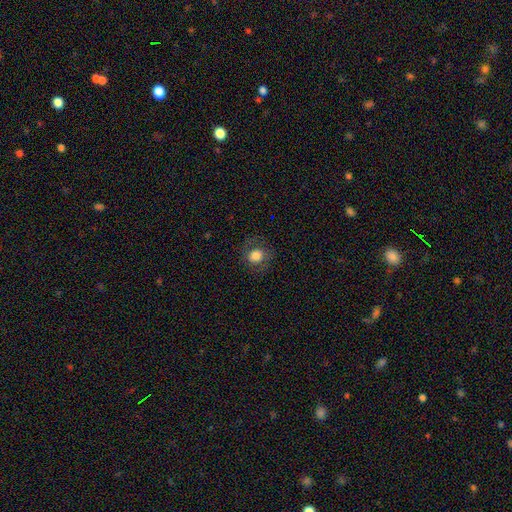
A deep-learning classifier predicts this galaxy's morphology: Q: Smooth or featured?
A: smooth (75%); runner-up: featured or disk (14%)
Q: How rounded?
A: round (78%); runner-up: in between (21%)
Q: Merging?
A: none (78%); runner-up: minor disturbance (13%)